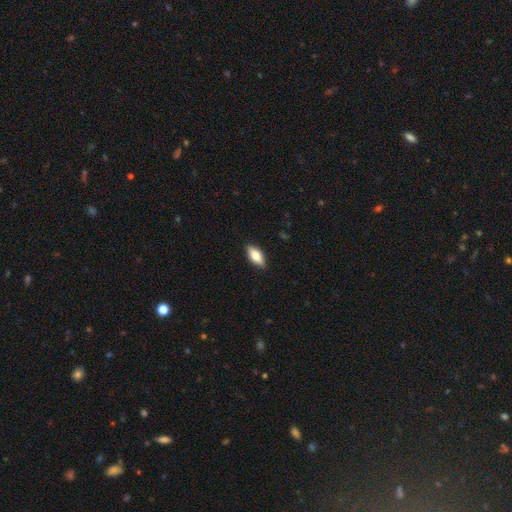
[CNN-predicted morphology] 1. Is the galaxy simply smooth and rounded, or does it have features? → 72% smooth, 22% featured or disk, 6% star or artifact.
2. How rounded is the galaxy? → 82% in between, 15% cigar-shaped, 3% round.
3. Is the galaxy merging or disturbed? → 87% none, 10% minor disturbance, 2% major disturbance, 1% merger.